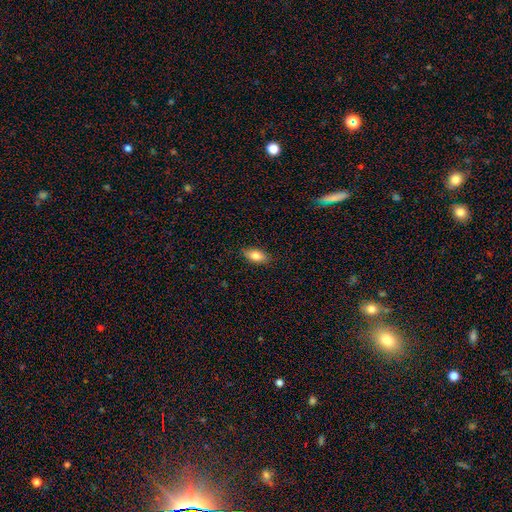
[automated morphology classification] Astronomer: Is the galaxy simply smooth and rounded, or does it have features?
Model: smooth — 83%.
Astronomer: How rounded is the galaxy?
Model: in between — 89%.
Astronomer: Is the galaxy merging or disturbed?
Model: none — 88%.